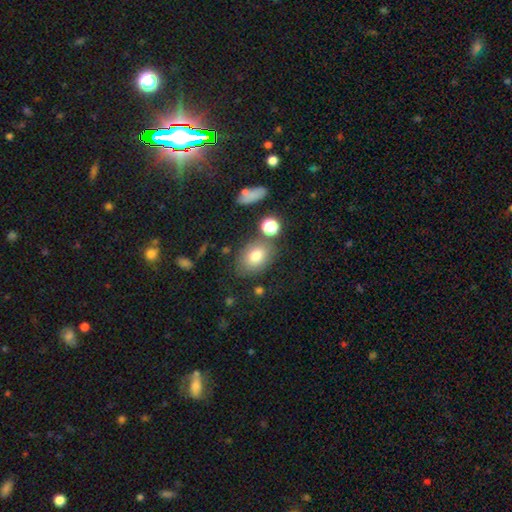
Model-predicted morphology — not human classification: Overall: smooth (76%). How rounded: in between (68%; round 31%). Merging: none (71%).